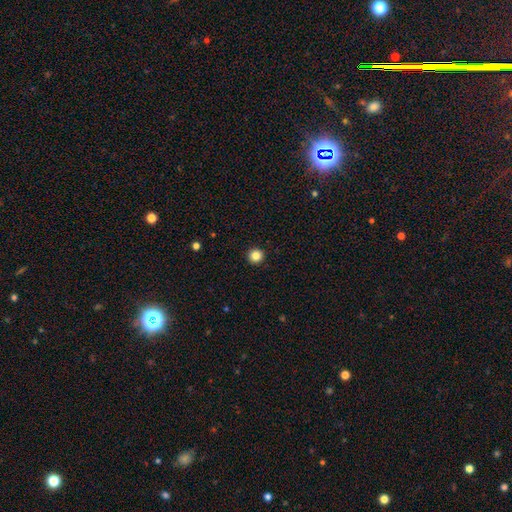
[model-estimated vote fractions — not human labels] smooth_or_featured: smooth (p=0.84) [alt: star or artifact p=0.11]
how_rounded: round (p=0.96) [alt: in between p=0.04]
merging: none (p=0.94) [alt: minor disturbance p=0.04]